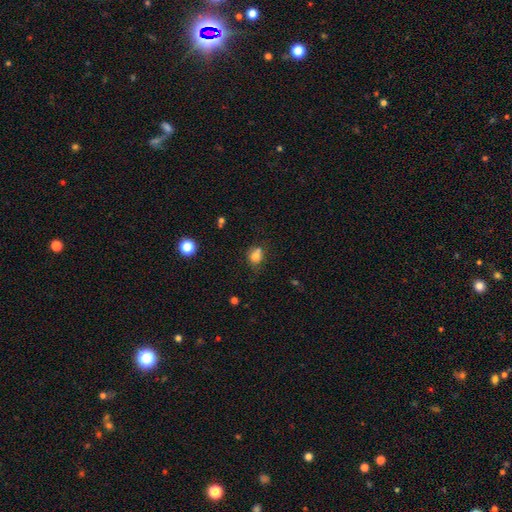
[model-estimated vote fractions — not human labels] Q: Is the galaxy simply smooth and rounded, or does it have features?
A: smooth — 77%.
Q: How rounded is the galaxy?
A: round — 64%.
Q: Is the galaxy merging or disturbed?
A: none — 52%.